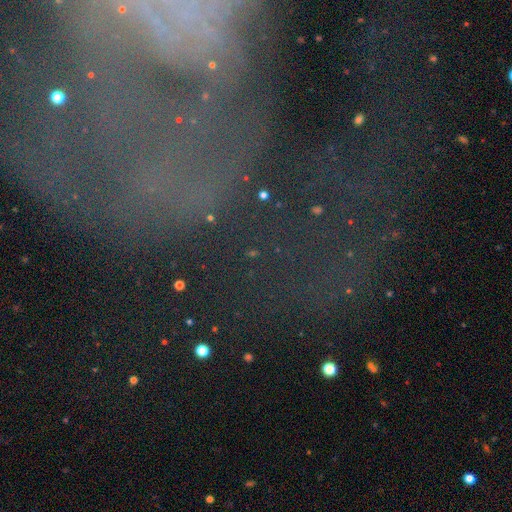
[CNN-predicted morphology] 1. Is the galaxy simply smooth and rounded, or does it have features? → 44% star or artifact, 38% featured or disk, 18% smooth.